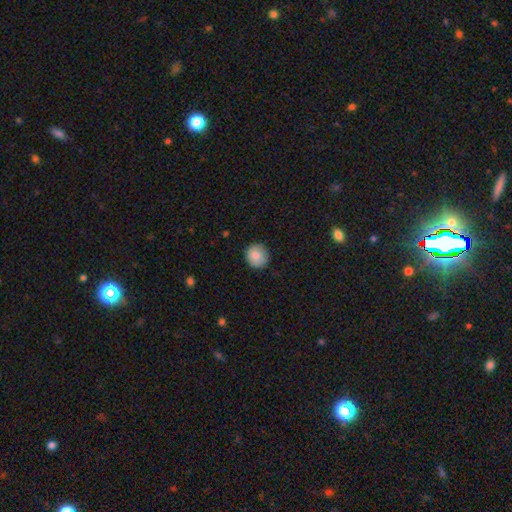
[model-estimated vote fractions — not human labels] This appears to be a smooth galaxy with no disk features (87%) that is round (90%). Merging: none (88%).